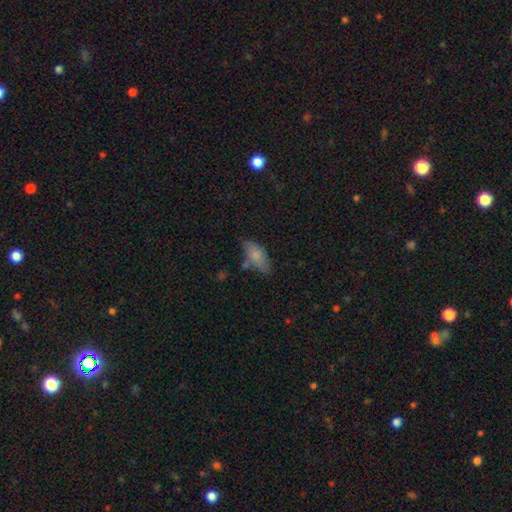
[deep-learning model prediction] A smooth galaxy with no disk features (74%) that is in between round and cigar-shaped (86%). Merging: none (55%).